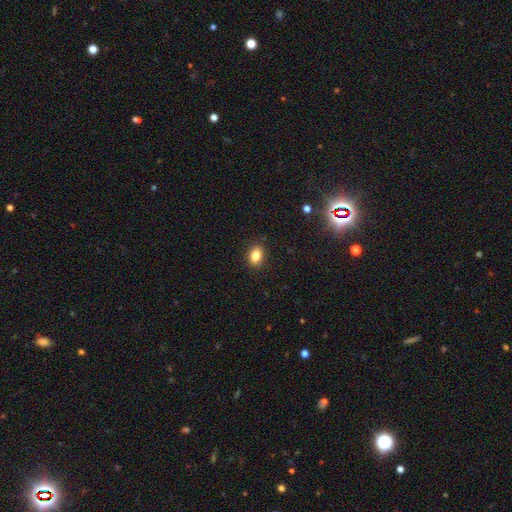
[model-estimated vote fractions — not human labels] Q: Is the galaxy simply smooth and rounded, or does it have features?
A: smooth — 83%.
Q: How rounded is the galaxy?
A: in between — 75%.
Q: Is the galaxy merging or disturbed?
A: none — 87%.